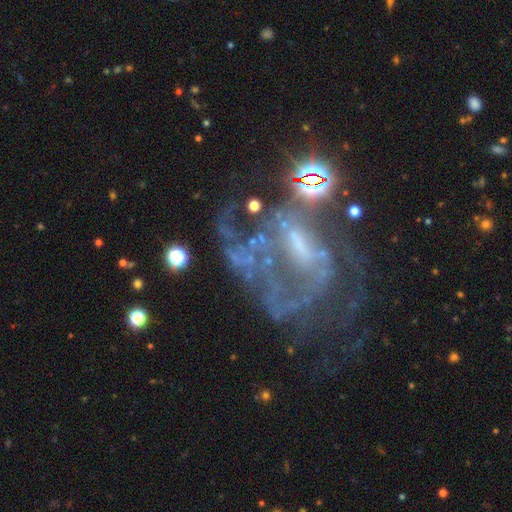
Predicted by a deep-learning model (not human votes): Q: Smooth or featured?
A: featured or disk (74%); runner-up: star or artifact (16%)
Q: Edge-on disk?
A: no (97%); runner-up: yes (3%)
Q: Bar?
A: no (46%); runner-up: weak (38%)
Q: Spiral arms?
A: yes (61%); runner-up: no (39%)
Q: Bulge size?
A: none (44%); runner-up: small (32%)
Q: Merging?
A: major disturbance (41%); runner-up: none (34%)